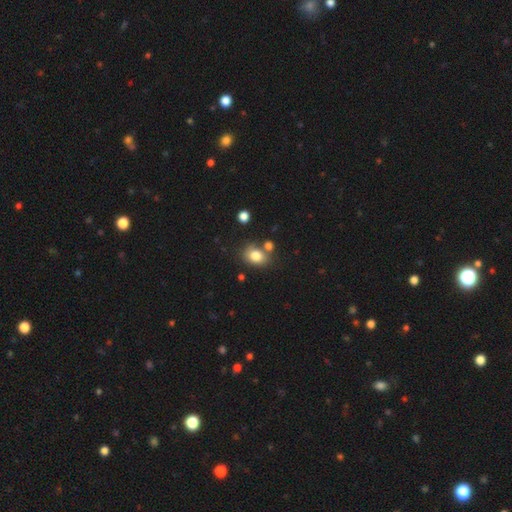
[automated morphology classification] Smooth or featured: smooth — 80% (star or artifact — 10%)
How rounded: in between — 56% (round — 43%)
Merging: none — 58% (merger — 21%)